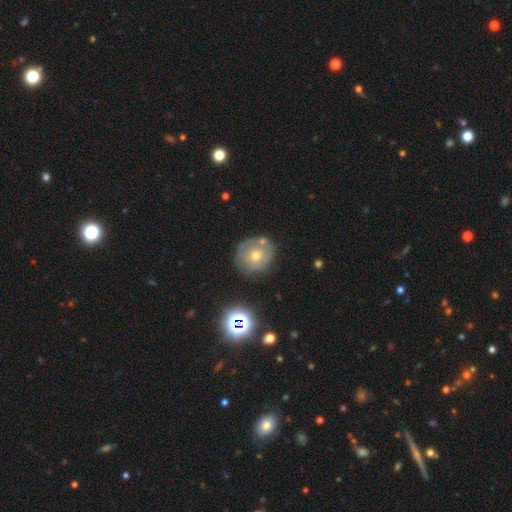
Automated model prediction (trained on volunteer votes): A smooth galaxy with no disk features (57%) that is round (84%). Merging: none (69%).